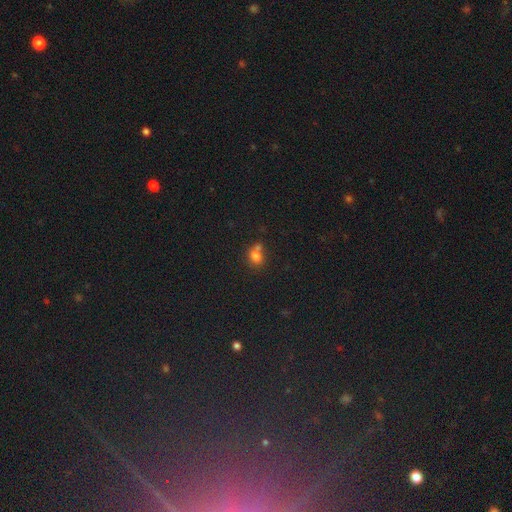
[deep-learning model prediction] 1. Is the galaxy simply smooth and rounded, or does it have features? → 75% smooth, 14% star or artifact, 11% featured or disk.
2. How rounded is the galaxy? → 57% round, 42% in between, 1% cigar-shaped.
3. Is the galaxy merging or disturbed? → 47% merger, 38% none, 10% minor disturbance, 4% major disturbance.